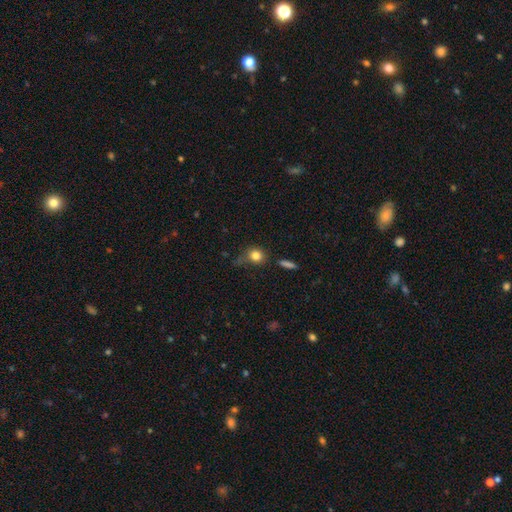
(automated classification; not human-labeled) smooth 81%, star or artifact 11%, featured or disk 8%. Down the decision tree: how rounded — round (72%); merging — none (56%).